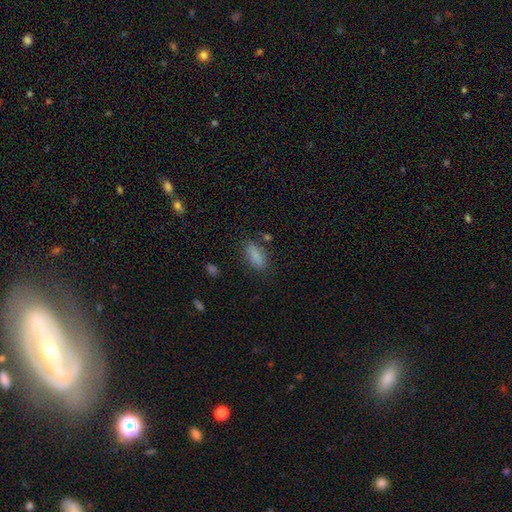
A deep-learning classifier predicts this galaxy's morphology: smooth_or_featured: smooth (p=0.85) [alt: star or artifact p=0.09]
how_rounded: in between (p=0.79) [alt: cigar-shaped p=0.18]
merging: none (p=0.80) [alt: minor disturbance p=0.13]